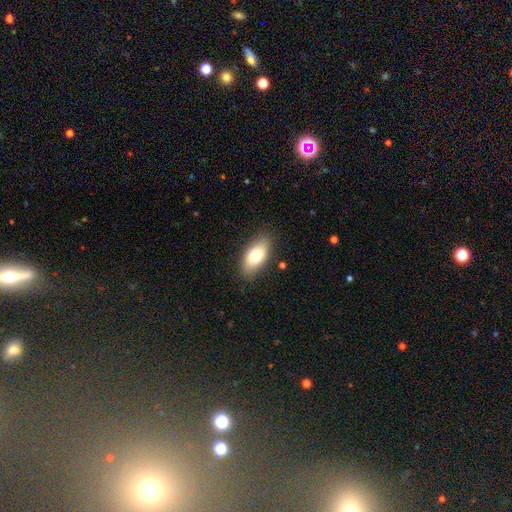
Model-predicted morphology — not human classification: smooth-or-featured: smooth: 77% | featured or disk: 17% | star or artifact: 7%
  how-rounded: in between: 91% | cigar-shaped: 6% | round: 3%
  merging: none: 85% | minor disturbance: 11% | major disturbance: 3% | merger: 1%